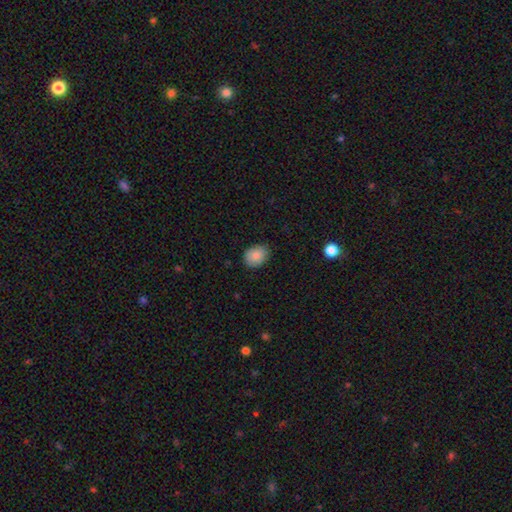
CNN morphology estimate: A smooth galaxy with no disk features (86%) that is in between round and cigar-shaped (56%).

Vote fractions:
- Smooth or featured? smooth: 86% / star or artifact: 8% / featured or disk: 7%
- How rounded? in between: 56% / round: 43% / cigar-shaped: 1%
- Merging? none: 82% / minor disturbance: 14% / major disturbance: 2% / merger: 1%